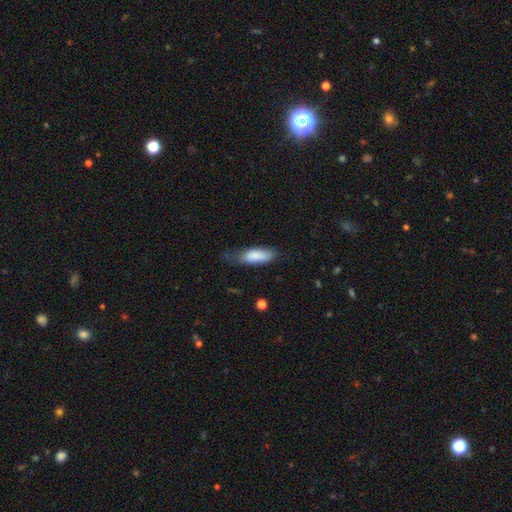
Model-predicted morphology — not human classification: This is clearly a smooth galaxy (84%). How rounded: likely in between (67%). Merging: marginally none (45%).